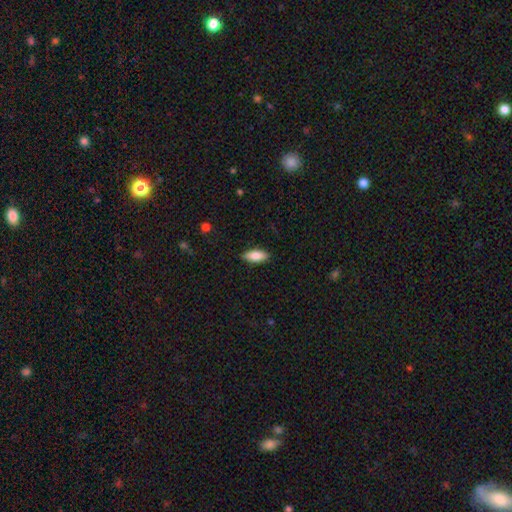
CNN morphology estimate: Smooth or featured? Predicted: smooth (p=0.83). How rounded? Predicted: in between (p=0.80). Merging? Predicted: none (p=0.87).